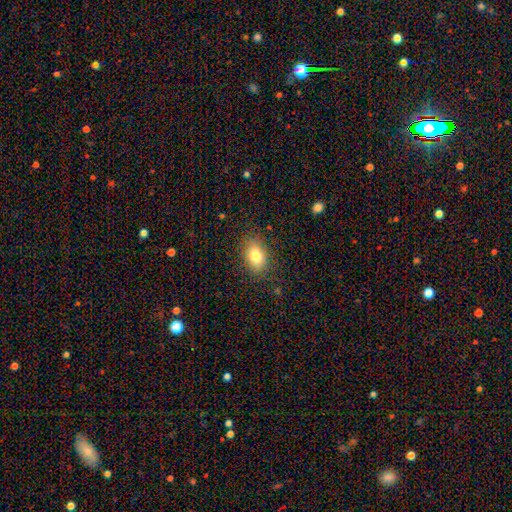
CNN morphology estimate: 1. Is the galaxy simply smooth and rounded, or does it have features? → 81% smooth, 10% featured or disk, 9% star or artifact.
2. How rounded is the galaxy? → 83% in between, 15% round, 2% cigar-shaped.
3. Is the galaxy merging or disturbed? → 84% none, 11% minor disturbance, 3% major disturbance, 1% merger.